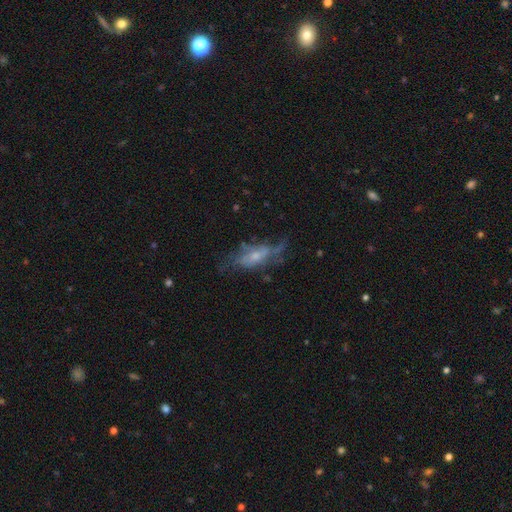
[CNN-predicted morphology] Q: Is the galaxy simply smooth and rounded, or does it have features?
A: featured or disk — 61%.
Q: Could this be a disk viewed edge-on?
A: no — 80%.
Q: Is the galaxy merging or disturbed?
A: none — 44%.